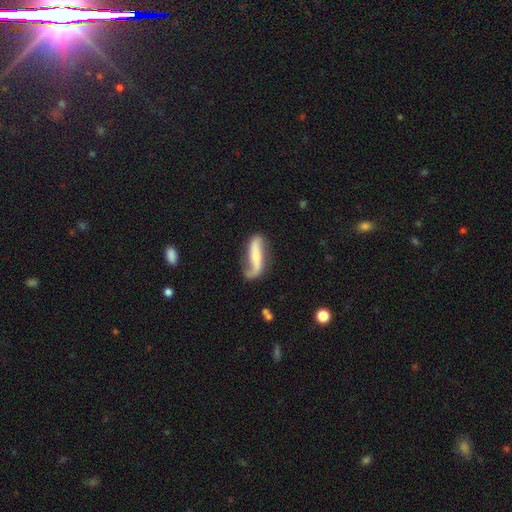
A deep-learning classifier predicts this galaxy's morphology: smooth_or_featured: featured or disk (p=0.67) [alt: smooth p=0.27]
disk_edge_on: no (p=0.84) [alt: yes p=0.16]
bar: strong (p=0.38) [alt: no p=0.36]
has_spiral_arms: yes (p=0.90) [alt: no p=0.10]
spiral_winding: loose (p=0.78) [alt: medium p=0.16]
spiral_arm_count: 2 (p=0.77) [alt: 1 p=0.17]
bulge_size: small (p=0.45) [alt: moderate p=0.25]
merging: none (p=0.59) [alt: minor disturbance p=0.24]